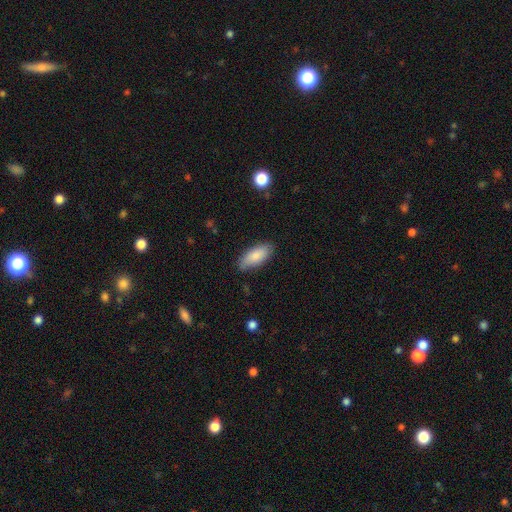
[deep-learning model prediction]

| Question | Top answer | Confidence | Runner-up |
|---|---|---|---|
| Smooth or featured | smooth | 83% | featured or disk (11%) |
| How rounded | in between | 85% | cigar-shaped (13%) |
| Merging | none | 79% | minor disturbance (17%) |